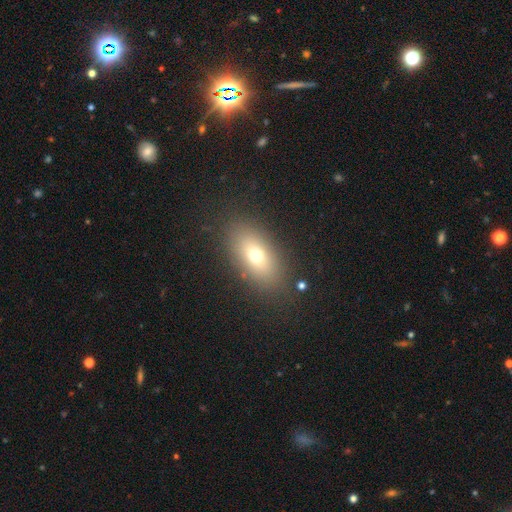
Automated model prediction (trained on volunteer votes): smooth-or-featured: smooth: 69% | featured or disk: 19% | star or artifact: 12%
  how-rounded: in between: 84% | round: 9% | cigar-shaped: 6%
  merging: none: 85% | minor disturbance: 9% | major disturbance: 4% | merger: 1%